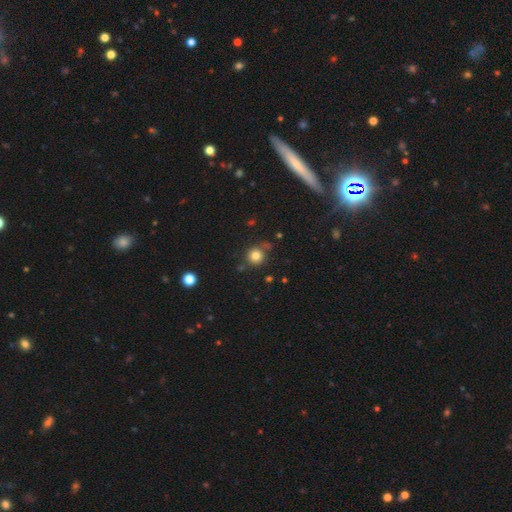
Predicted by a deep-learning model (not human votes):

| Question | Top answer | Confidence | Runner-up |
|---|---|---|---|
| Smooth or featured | smooth | 80% | star or artifact (13%) |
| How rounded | round | 91% | in between (8%) |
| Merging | none | 77% | minor disturbance (12%) |